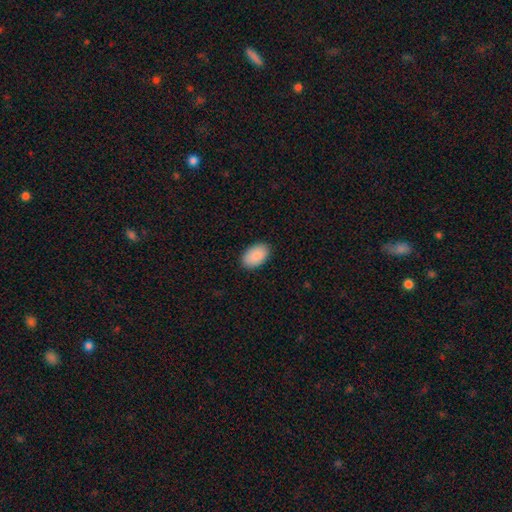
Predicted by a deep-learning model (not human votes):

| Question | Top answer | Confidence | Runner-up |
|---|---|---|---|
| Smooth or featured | smooth | 90% | star or artifact (6%) |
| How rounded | in between | 94% | round (5%) |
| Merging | none | 90% | minor disturbance (8%) |